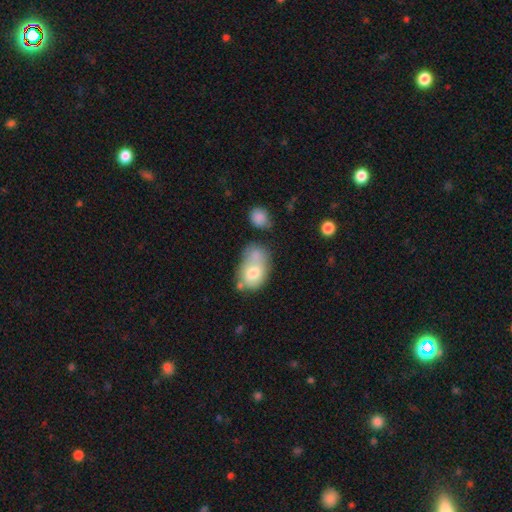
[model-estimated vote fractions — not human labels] Q: Smooth or featured?
A: smooth (62%); runner-up: featured or disk (28%)
Q: How rounded?
A: in between (74%); runner-up: round (24%)
Q: Merging?
A: merger (43%); runner-up: none (25%)